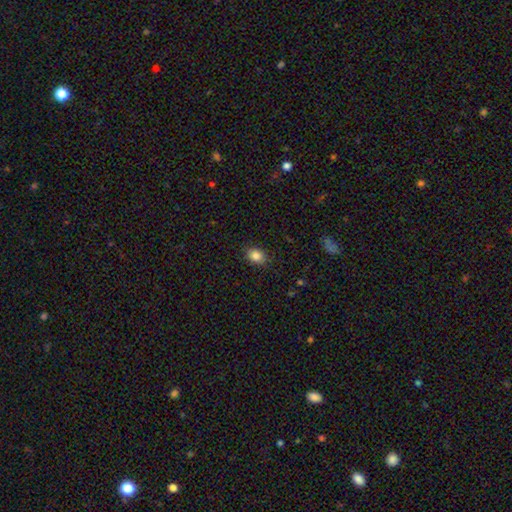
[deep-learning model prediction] The model was most divided on "how rounded": in between: 61%, round: 38%, cigar-shaped: 1%. More confident: merging — none (86%); smooth or featured — smooth (85%).